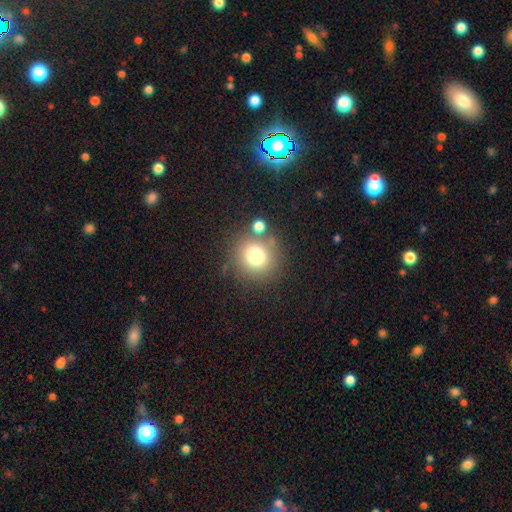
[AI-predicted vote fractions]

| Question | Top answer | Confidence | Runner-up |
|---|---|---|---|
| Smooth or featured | smooth | 75% | star or artifact (14%) |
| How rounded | round | 90% | in between (9%) |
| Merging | none | 73% | minor disturbance (11%) |